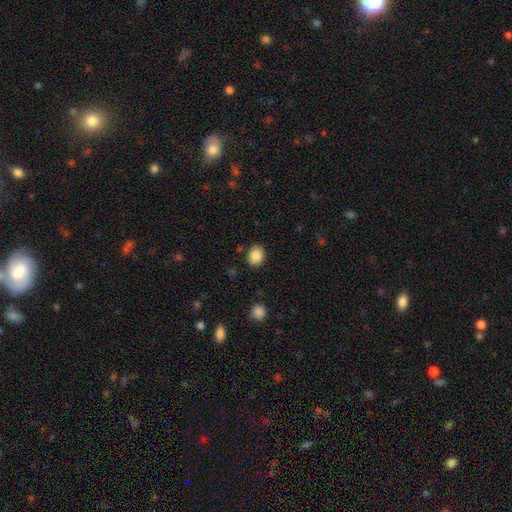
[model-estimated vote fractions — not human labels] smooth 87%, star or artifact 9%, featured or disk 4%. Down the decision tree: how rounded — in between (51%); merging — none (86%).